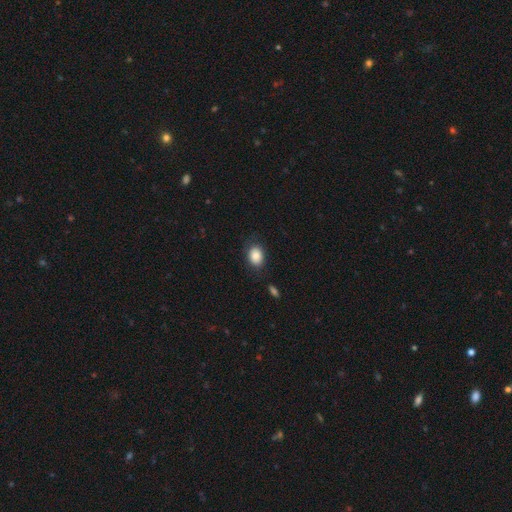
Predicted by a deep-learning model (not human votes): smooth_or_featured: smooth (p=0.85) [alt: star or artifact p=0.08]
how_rounded: in between (p=0.68) [alt: round p=0.31]
merging: none (p=0.75) [alt: minor disturbance p=0.17]